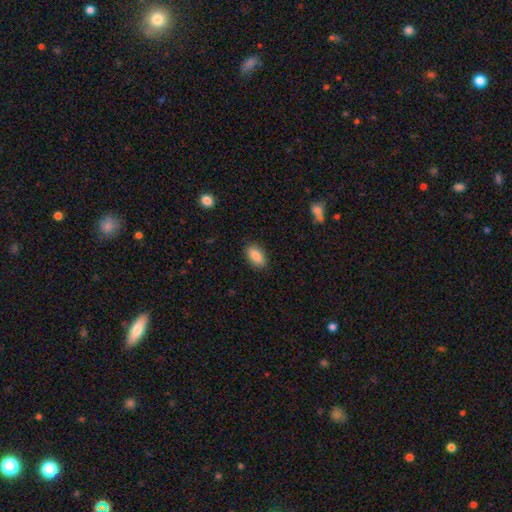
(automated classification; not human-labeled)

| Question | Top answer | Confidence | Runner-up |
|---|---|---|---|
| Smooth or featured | smooth | 88% | star or artifact (7%) |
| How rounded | in between | 92% | round (5%) |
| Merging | none | 88% | minor disturbance (9%) |